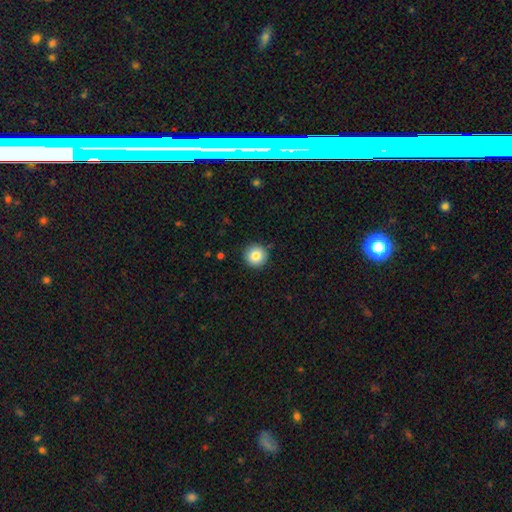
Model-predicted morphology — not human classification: Overall: smooth (84%). How rounded: round (96%). Merging: none (91%).